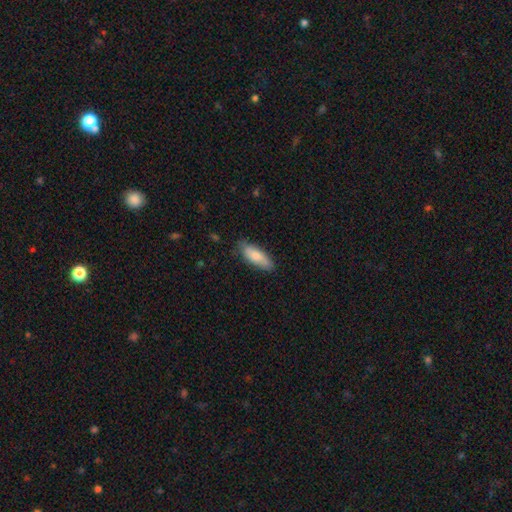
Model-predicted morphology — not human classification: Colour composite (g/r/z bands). It shows a smooth galaxy with no disk features (81%) that is in between round and cigar-shaped (62%). Merging: none (77%).